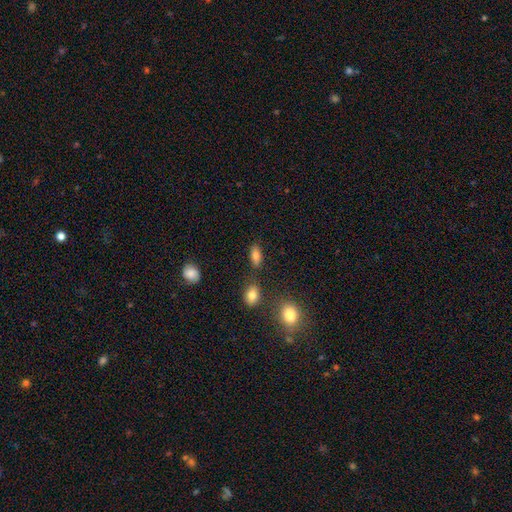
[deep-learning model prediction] This appears to be a smooth galaxy with no disk features (81%) that is in between round and cigar-shaped (84%). Merging: none (77%).